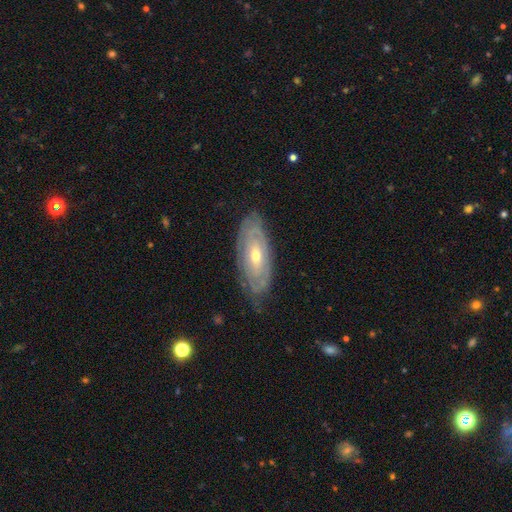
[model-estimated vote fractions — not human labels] Overall: featured or disk (77%). Edge-on disk: no (86%). Bar: no (65%; weak 26%). Spiral arms: yes (79%). Spiral arm count: can't tell (61%). Spiral winding: tight (80%). Bulge size: moderate (49%; small 47%). Merging: none (78%).